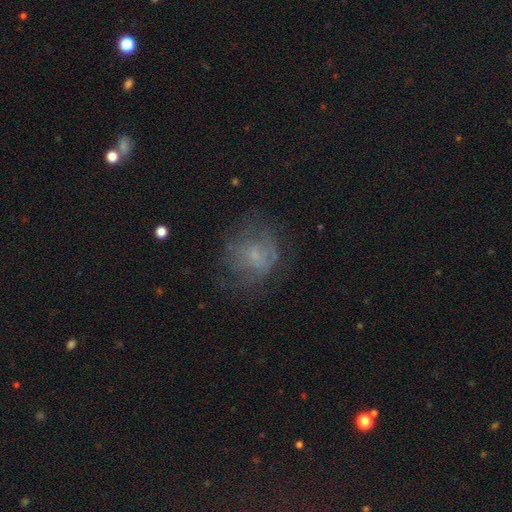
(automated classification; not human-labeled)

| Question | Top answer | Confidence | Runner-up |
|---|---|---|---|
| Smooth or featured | smooth | 44% | featured or disk (40%) |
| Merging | none | 58% | major disturbance (20%) |